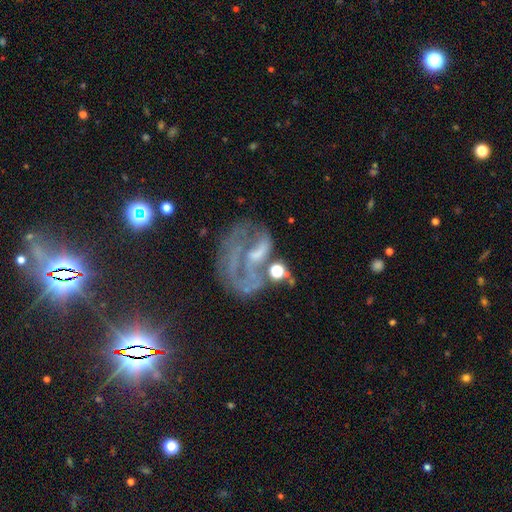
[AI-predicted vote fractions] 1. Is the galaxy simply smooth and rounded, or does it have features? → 67% featured or disk, 17% smooth, 17% star or artifact.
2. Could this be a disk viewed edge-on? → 97% no, 3% yes.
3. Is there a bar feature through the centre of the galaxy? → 56% no, 30% weak, 14% strong.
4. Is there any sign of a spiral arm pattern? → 53% yes, 47% no.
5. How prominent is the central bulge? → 44% none, 25% small, 25% moderate, 4% large, 2% dominant.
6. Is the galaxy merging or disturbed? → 40% major disturbance, 32% none, 17% minor disturbance, 11% merger.